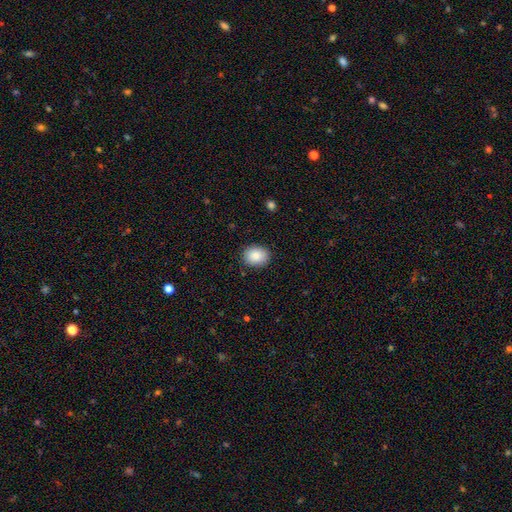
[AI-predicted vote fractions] This is clearly a smooth galaxy (87%). How rounded: possibly round (53%). Merging: clearly none (87%).